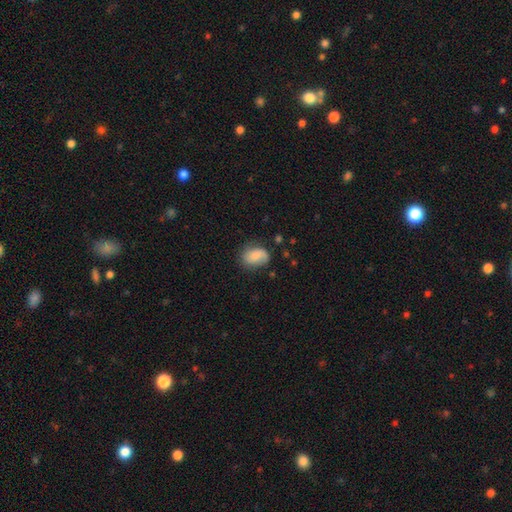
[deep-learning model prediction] Morphology: type=smooth (70%); roundness=in between (75%); merging=none (61%).